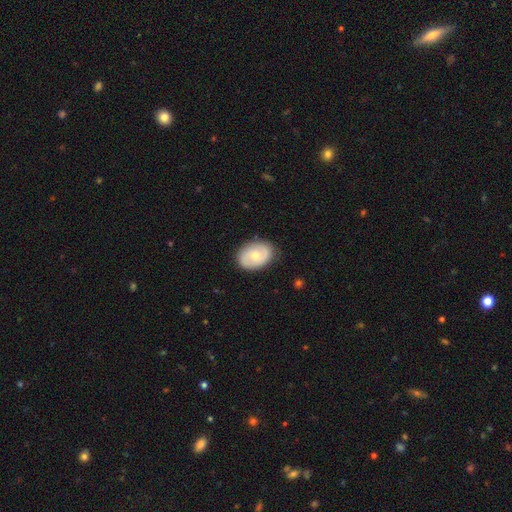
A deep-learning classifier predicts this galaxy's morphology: smooth-or-featured: featured or disk: 47% (tied) | smooth: 47% (tied) | star or artifact: 6%
  merging: none: 84% | minor disturbance: 12% | major disturbance: 3% | merger: 1%